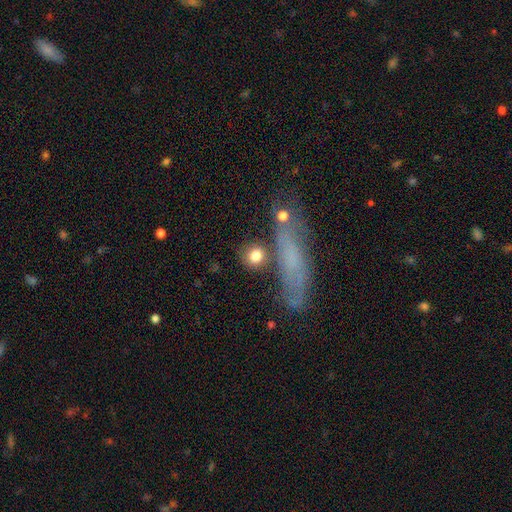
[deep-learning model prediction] smooth 79%, featured or disk 11%, star or artifact 10%. Down the decision tree: how rounded — round (83%); merging — none (75%).